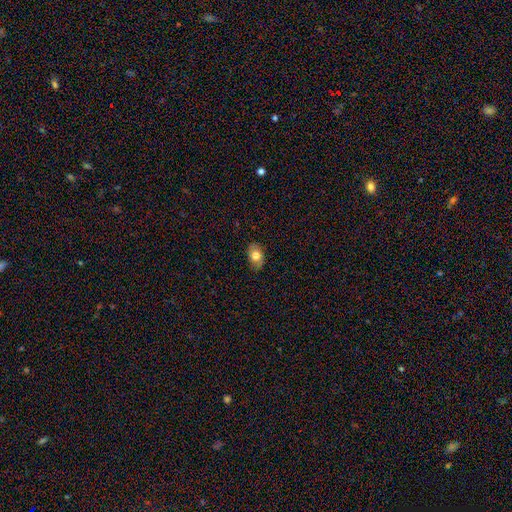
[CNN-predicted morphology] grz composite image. It shows a smooth galaxy with no disk features (76%) that is in between round and cigar-shaped (81%). Merging: none (80%).